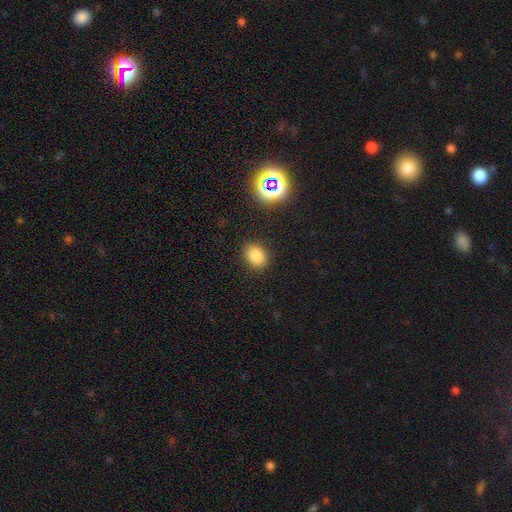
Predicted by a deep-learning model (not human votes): smooth 82%, star or artifact 14%, featured or disk 5%. Down the decision tree: how rounded — in between (67%); merging — none (86%).